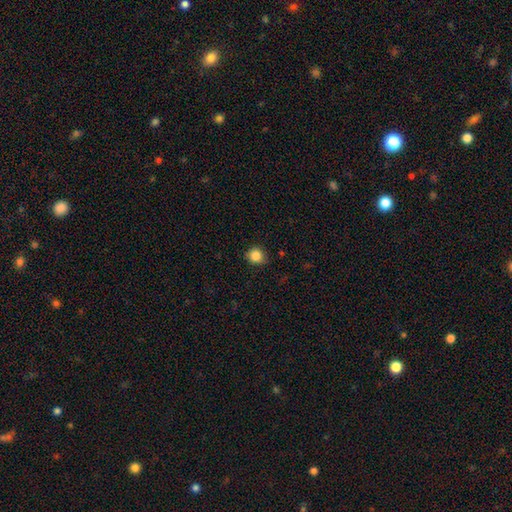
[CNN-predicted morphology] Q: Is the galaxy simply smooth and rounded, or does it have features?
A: smooth — 86%.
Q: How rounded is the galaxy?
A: round — 85%.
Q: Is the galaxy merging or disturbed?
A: none — 86%.